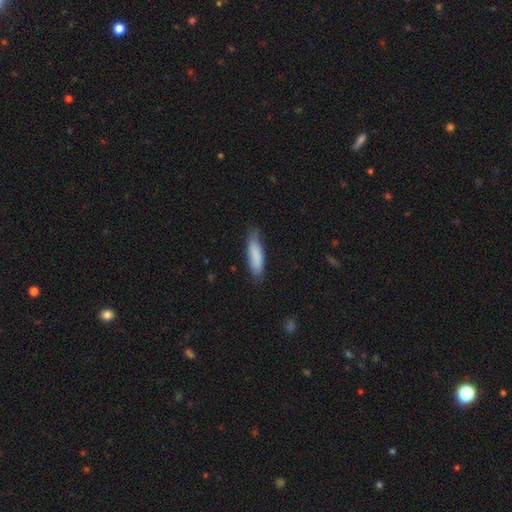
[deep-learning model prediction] The model was most divided on "how rounded": cigar-shaped: 59%, in between: 39%, round: 1%. More confident: smooth or featured — smooth (85%); merging — none (73%).